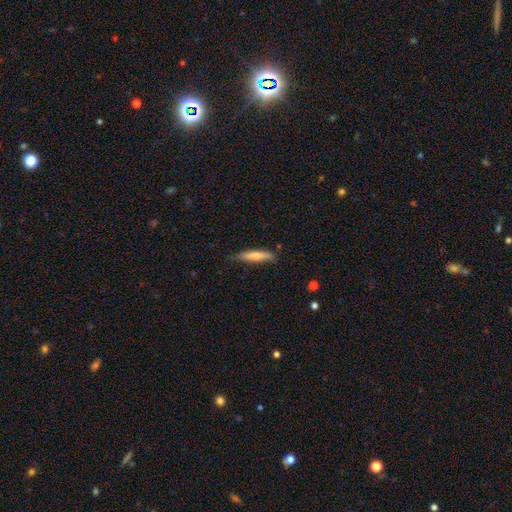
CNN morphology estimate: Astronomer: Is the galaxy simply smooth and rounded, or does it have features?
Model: smooth — 69%.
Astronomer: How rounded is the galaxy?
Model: cigar-shaped — 84%.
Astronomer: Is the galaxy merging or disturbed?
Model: none — 77%.